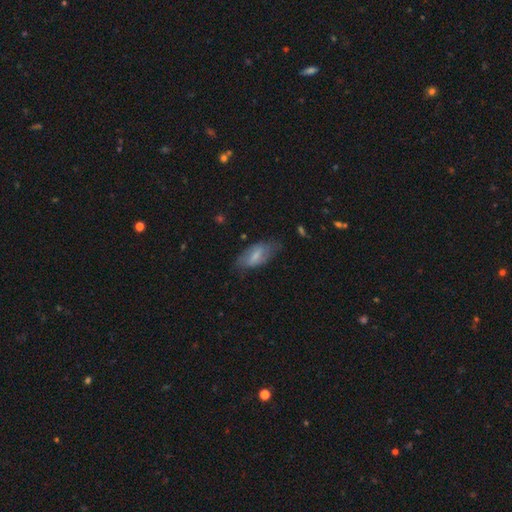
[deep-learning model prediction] Smooth or featured? smooth (62%)
How rounded? in between (86%)
Merging? none (64%)